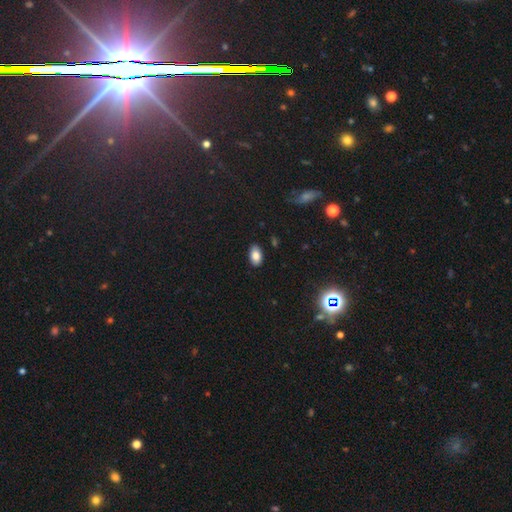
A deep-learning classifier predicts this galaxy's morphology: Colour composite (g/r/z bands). It shows a smooth galaxy with no disk features (82%) that is in between round and cigar-shaped (92%). Merging: none (87%).